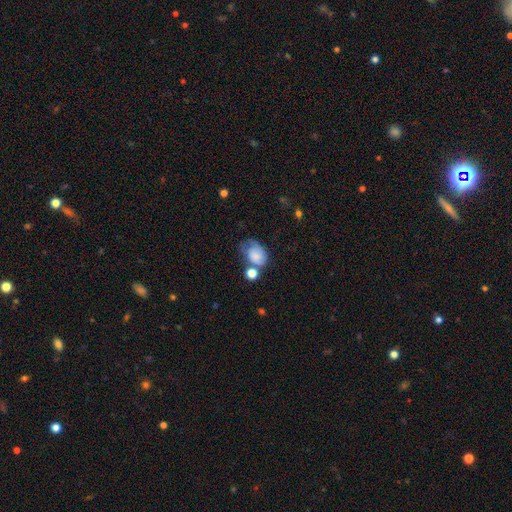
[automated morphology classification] This is likely a smooth galaxy (68%). How rounded: likely in between (67%). Merging: marginally none (29%).